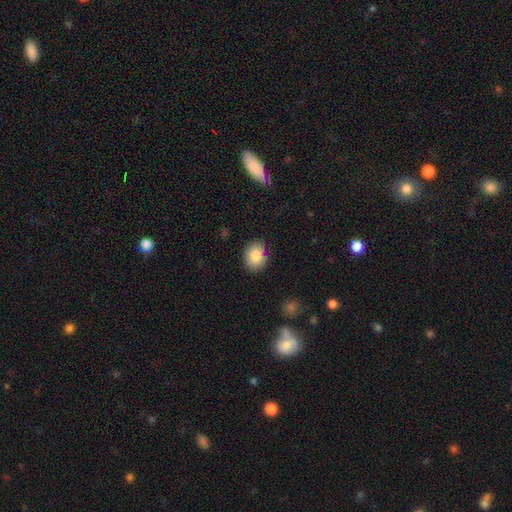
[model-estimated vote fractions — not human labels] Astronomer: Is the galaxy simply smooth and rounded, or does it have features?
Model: smooth — 86%.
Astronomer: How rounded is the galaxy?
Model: in between — 65%.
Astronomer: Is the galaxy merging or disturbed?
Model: none — 83%.